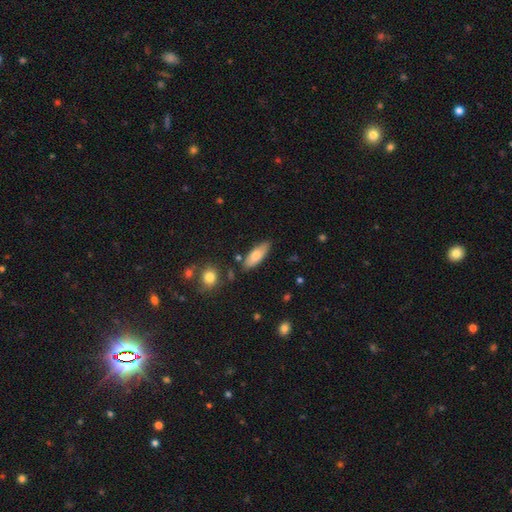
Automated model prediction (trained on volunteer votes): smooth 79%, featured or disk 15%, star or artifact 6%. Down the decision tree: how rounded — in between (67%); merging — none (79%).